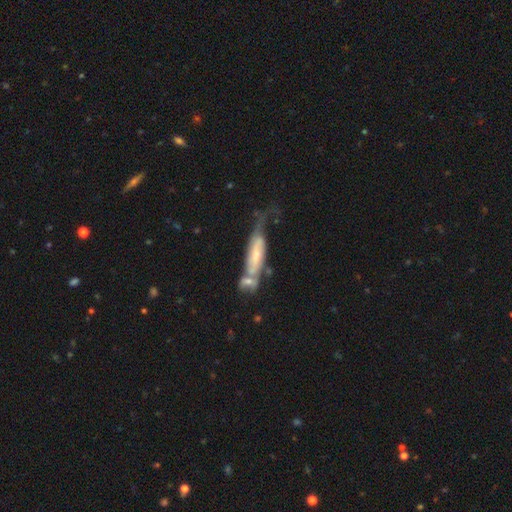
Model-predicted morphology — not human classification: Smooth or featured? Predicted: featured or disk (p=0.57). Edge-on disk? Predicted: no (p=0.66). Merging? Predicted: merger (p=0.44).